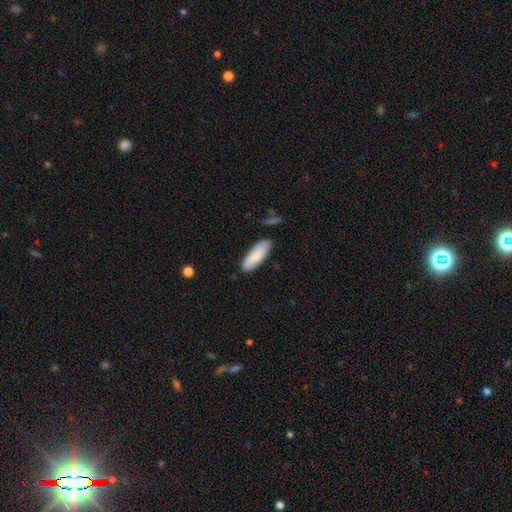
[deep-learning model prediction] This is clearly a smooth galaxy (83%). How rounded: likely in between (66%). Merging: clearly none (84%).